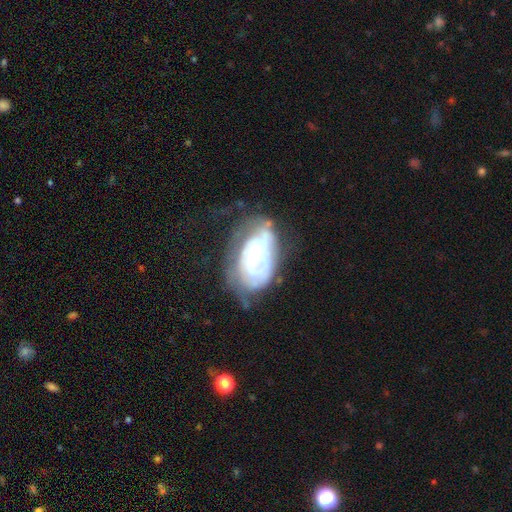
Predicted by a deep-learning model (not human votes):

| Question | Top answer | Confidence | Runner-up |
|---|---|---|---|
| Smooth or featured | featured or disk | 79% | smooth (15%) |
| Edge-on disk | no | 96% | yes (4%) |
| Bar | no | 74% | weak (20%) |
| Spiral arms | yes | 76% | no (24%) |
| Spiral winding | tight | 65% | medium (26%) |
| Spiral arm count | can't tell | 50% | 2 (27%) |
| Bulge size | small | 51% | moderate (44%) |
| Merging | none | 46% | minor disturbance (28%) |